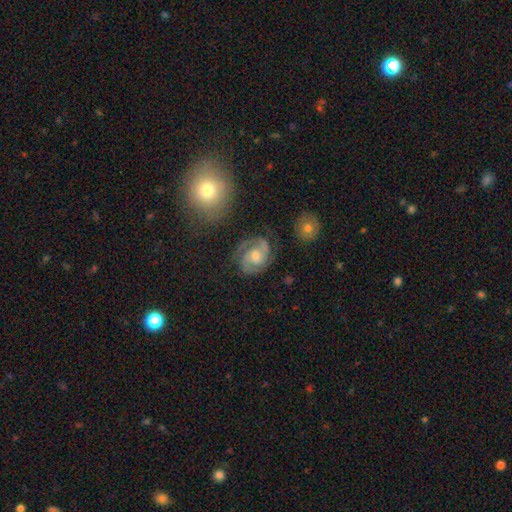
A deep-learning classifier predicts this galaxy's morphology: Smooth or featured? Predicted: featured or disk (p=0.83). Edge-on disk? Predicted: no (p=0.98). Bar? Predicted: no (p=0.54). Spiral arms? Predicted: yes (p=0.97). Spiral winding? Predicted: tight (p=0.48). Spiral arm count? Predicted: 2 (p=0.84). Bulge size? Predicted: moderate (p=0.56). Merging? Predicted: none (p=0.77).